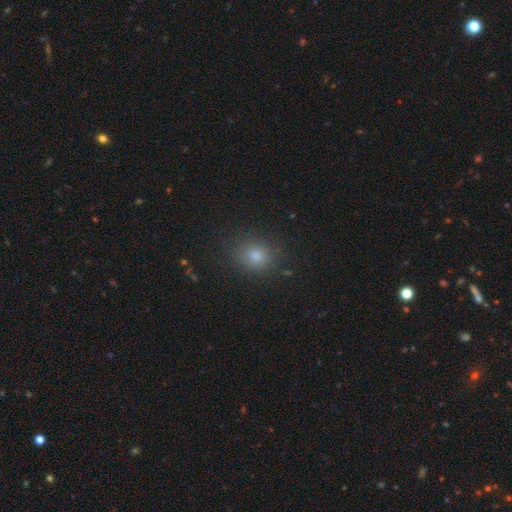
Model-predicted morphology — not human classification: A smooth galaxy with no disk features (76%) that is round (71%).

Vote fractions:
- Smooth or featured? smooth: 76% / star or artifact: 17% / featured or disk: 7%
- How rounded? round: 71% / in between: 28% / cigar-shaped: 1%
- Merging? none: 86% / minor disturbance: 10% / major disturbance: 3% / merger: 1%